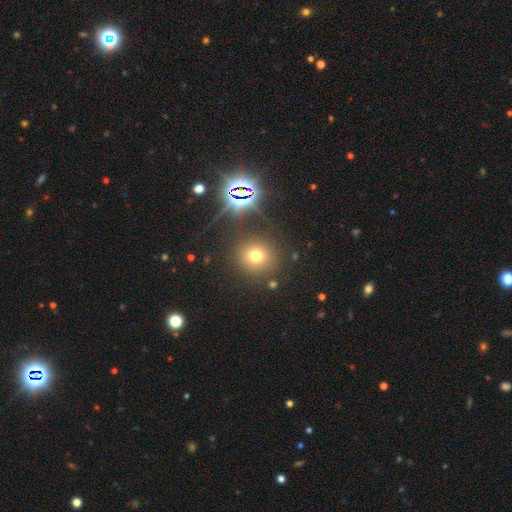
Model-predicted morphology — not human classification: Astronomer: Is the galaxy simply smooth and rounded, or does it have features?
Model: smooth — 63%.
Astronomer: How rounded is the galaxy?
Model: round — 91%.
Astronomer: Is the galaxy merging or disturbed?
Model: none — 85%.